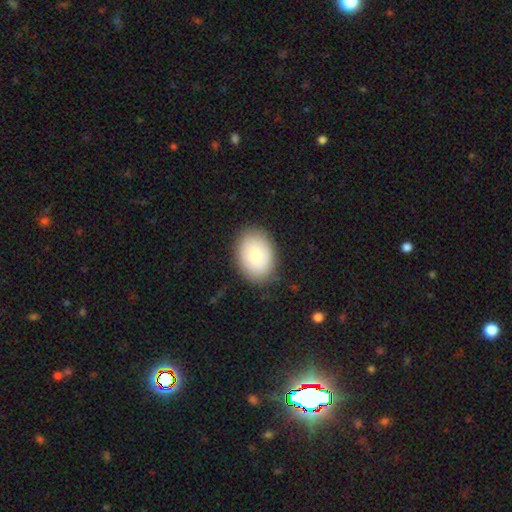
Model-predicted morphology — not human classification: The model was most divided on "smooth or featured": smooth: 70%, featured or disk: 23%, star or artifact: 7%. More confident: merging — none (84%); how rounded — in between (75%).